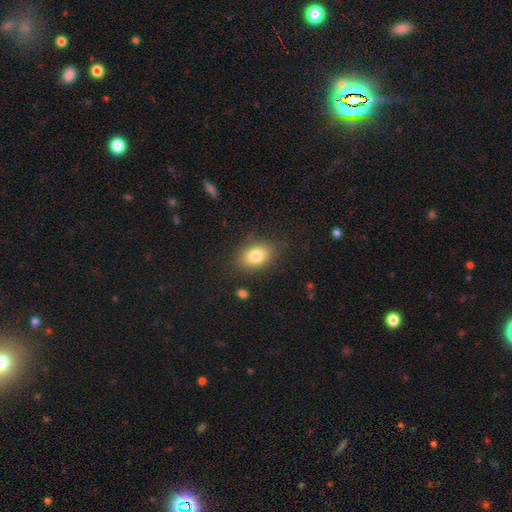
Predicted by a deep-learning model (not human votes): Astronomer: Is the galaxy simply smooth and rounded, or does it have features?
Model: smooth — 80%.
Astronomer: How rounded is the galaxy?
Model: in between — 80%.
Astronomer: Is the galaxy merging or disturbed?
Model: none — 83%.